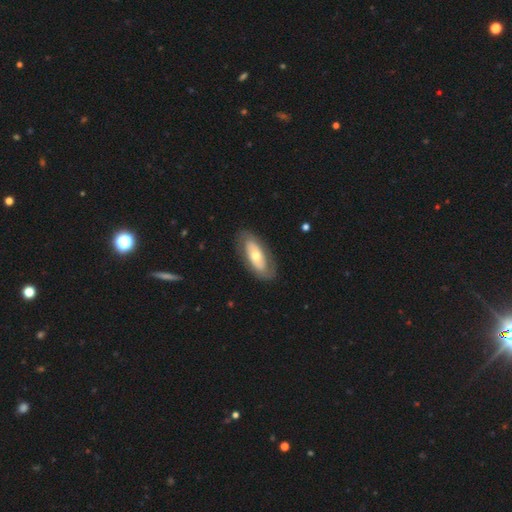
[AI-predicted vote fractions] This is possibly a featured or disk galaxy (54%). It is clearly not viewed edge-on (86%). Merging: clearly none (80%).